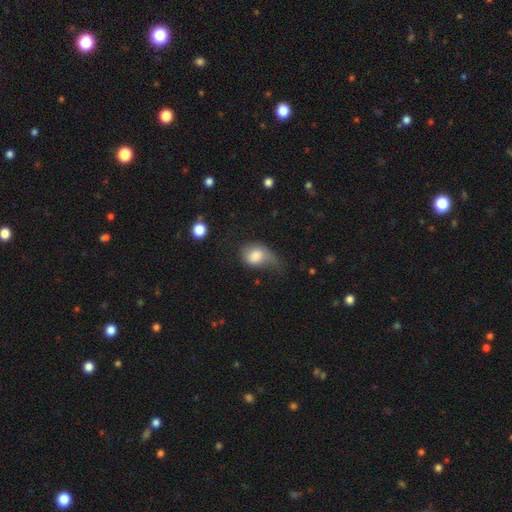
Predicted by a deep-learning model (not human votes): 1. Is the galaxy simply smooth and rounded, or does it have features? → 75% smooth, 17% featured or disk, 8% star or artifact.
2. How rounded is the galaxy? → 62% in between, 37% round, 1% cigar-shaped.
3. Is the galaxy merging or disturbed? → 40% major disturbance, 35% minor disturbance, 21% none, 4% merger.